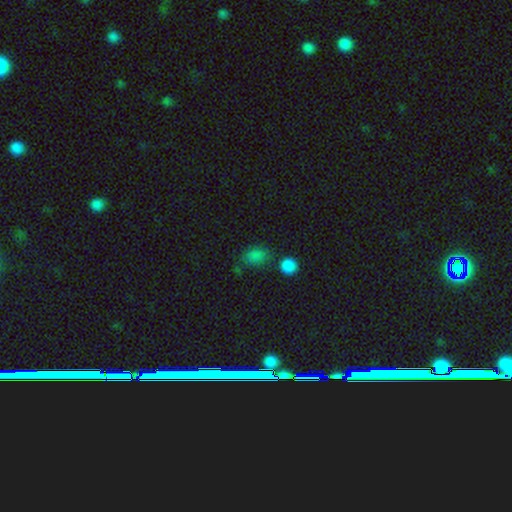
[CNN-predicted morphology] Smooth or featured? Predicted: smooth (p=0.76). How rounded? Predicted: in between (p=0.67). Merging? Predicted: none (p=0.65).